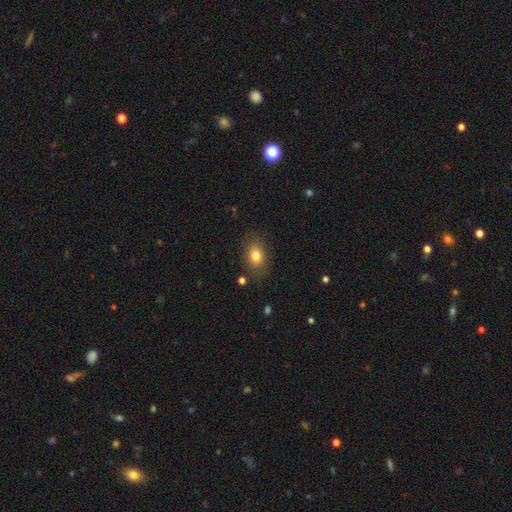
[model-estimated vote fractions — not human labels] smooth-or-featured: smooth: 80% | featured or disk: 10% | star or artifact: 10%
  how-rounded: in between: 72% | round: 26% | cigar-shaped: 1%
  merging: none: 80% | minor disturbance: 13% | major disturbance: 4% | merger: 2%